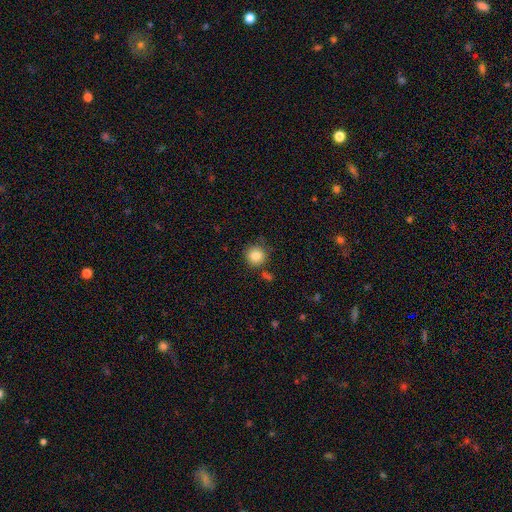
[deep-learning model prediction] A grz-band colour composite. It shows a smooth galaxy with no disk features (85%) that is round (93%). Merging: none (81%).